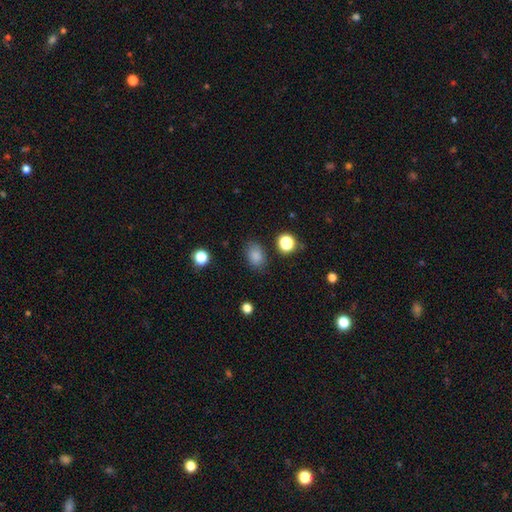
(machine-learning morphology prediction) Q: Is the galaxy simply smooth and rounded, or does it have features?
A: smooth — 83%.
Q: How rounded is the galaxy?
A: in between — 70%.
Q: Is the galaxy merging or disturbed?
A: none — 79%.